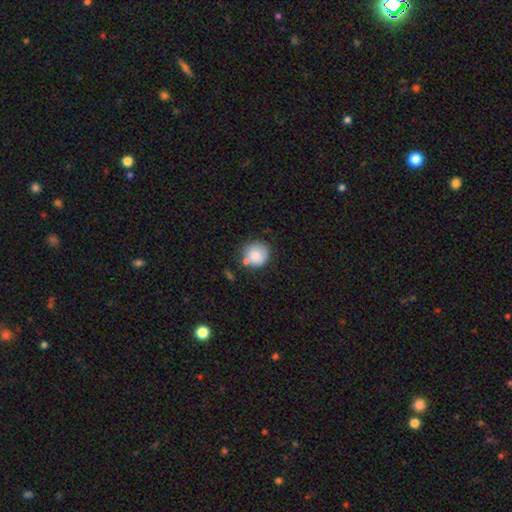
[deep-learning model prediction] A smooth galaxy with no disk features (83%) that is round (89%). Merging: none (66%).